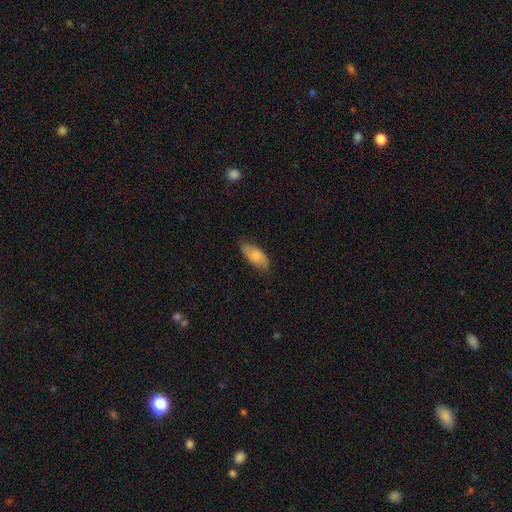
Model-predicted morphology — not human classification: Smooth or featured?
  - smooth: 72% *
  - featured or disk: 22%
  - star or artifact: 6%
How rounded?
  - in between: 87% *
  - cigar-shaped: 11%
  - round: 2%
Merging?
  - none: 76% *
  - minor disturbance: 20%
  - major disturbance: 3%
  - merger: 1%